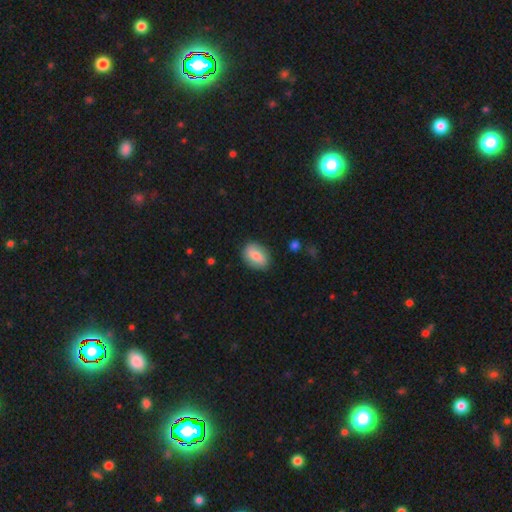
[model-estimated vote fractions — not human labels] A smooth galaxy with no disk features (69%) that is in between round and cigar-shaped (80%).

Vote fractions:
- Smooth or featured? smooth: 69% / featured or disk: 25% / star or artifact: 6%
- How rounded? in between: 80% / round: 18% / cigar-shaped: 2%
- Merging? none: 84% / minor disturbance: 12% / major disturbance: 3% / merger: 1%